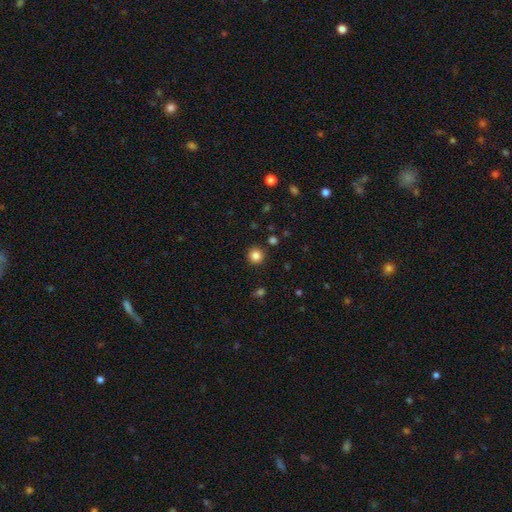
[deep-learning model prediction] smooth-or-featured: smooth: 84% | star or artifact: 12% | featured or disk: 4%
  how-rounded: round: 95% | in between: 4% | cigar-shaped: 1%
  merging: none: 91% | minor disturbance: 5% | major disturbance: 2% | merger: 2%